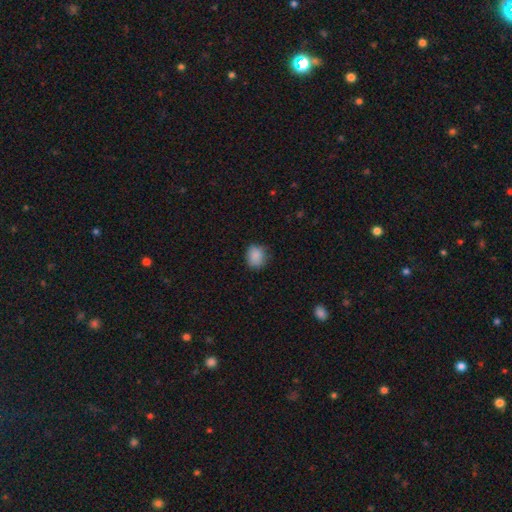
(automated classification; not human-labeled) This is clearly a smooth galaxy (87%). How rounded: likely round (74%). Merging: likely none (78%).